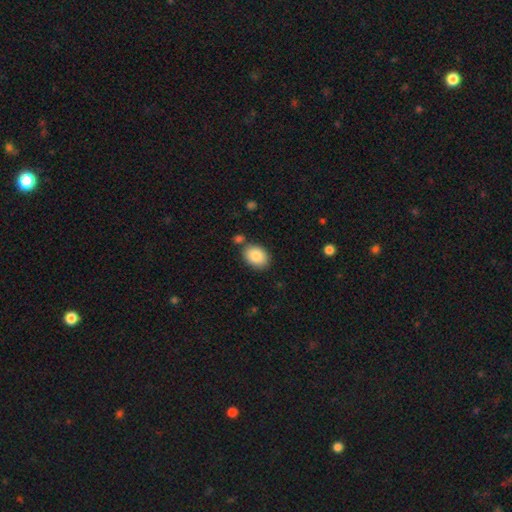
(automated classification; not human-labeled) smooth-or-featured: smooth: 87% | star or artifact: 7% | featured or disk: 6%
  how-rounded: in between: 75% | round: 24% | cigar-shaped: 1%
  merging: none: 78% | minor disturbance: 12% | merger: 7% | major disturbance: 3%